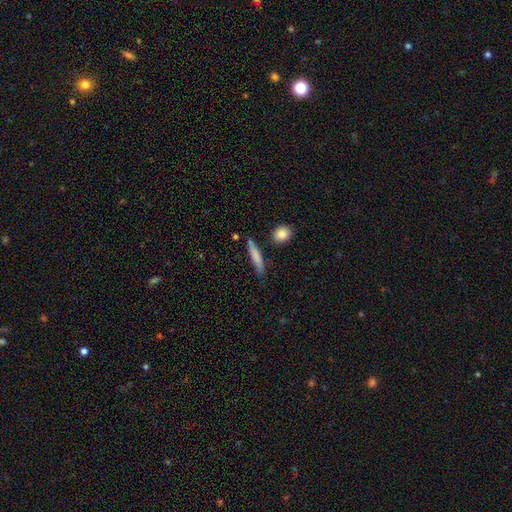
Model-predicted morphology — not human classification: type=smooth (76%); roundness=cigar-shaped (87%); merging=none (79%).